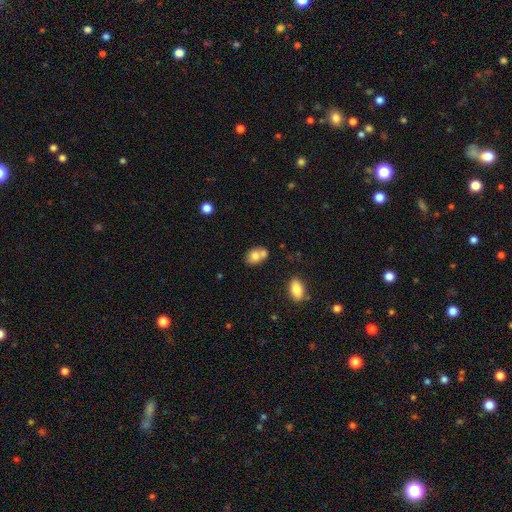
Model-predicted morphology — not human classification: smooth-or-featured: smooth: 74% | featured or disk: 16% | star or artifact: 9%
  how-rounded: in between: 64% | round: 34% | cigar-shaped: 1%
  merging: merger: 47% | none: 38% | minor disturbance: 12% | major disturbance: 4%